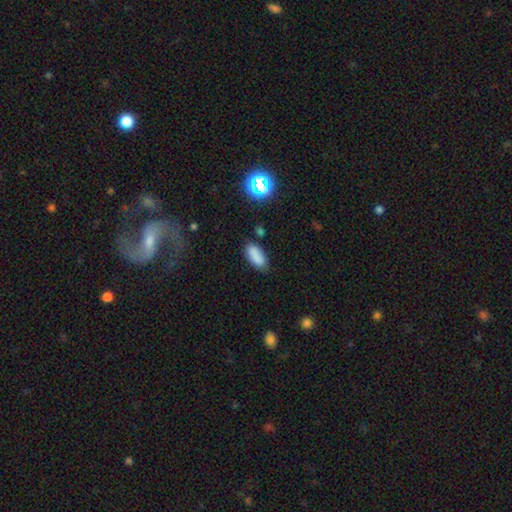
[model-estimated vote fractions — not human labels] The model was most divided on "merging": none: 77%, minor disturbance: 16%, major disturbance: 4%, merger: 4%. More confident: how rounded — in between (86%); smooth or featured — smooth (83%).